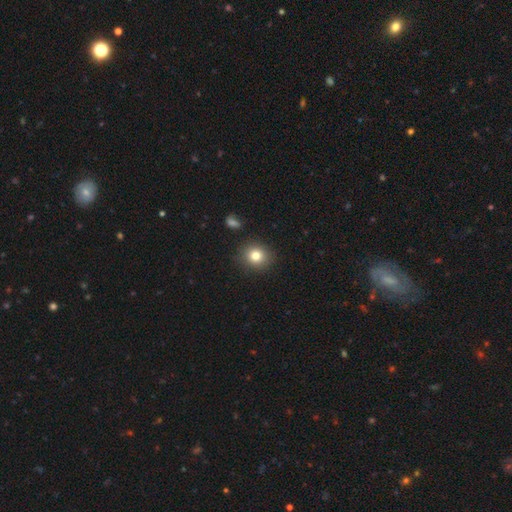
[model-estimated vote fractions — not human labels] Morphology: type=smooth (81%); roundness=round (79%); merging=none (88%).